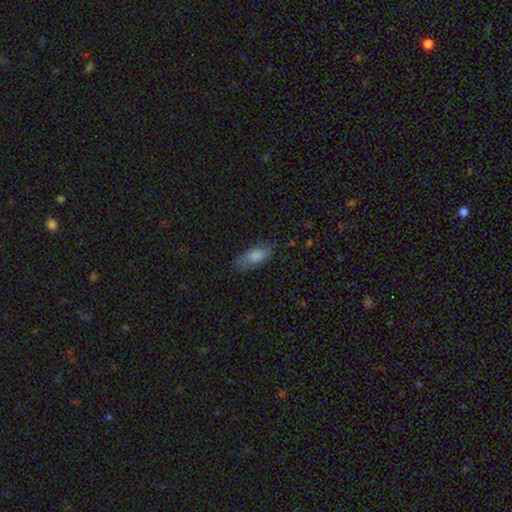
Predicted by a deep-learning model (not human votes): A smooth galaxy with no disk features (81%) that is in between round and cigar-shaped (79%). Merging: none (69%).